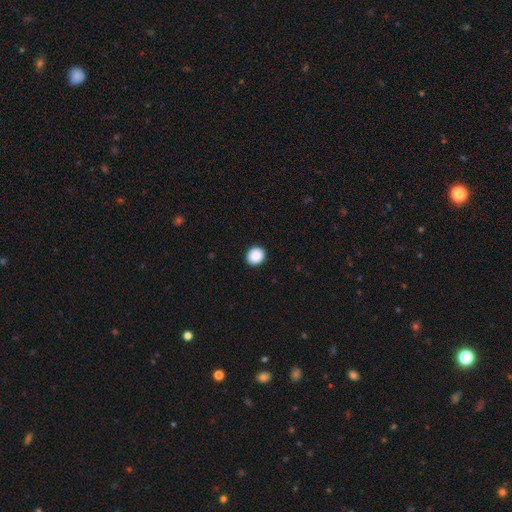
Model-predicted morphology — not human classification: Overall: smooth (90%). How rounded: round (80%). Merging: none (92%).